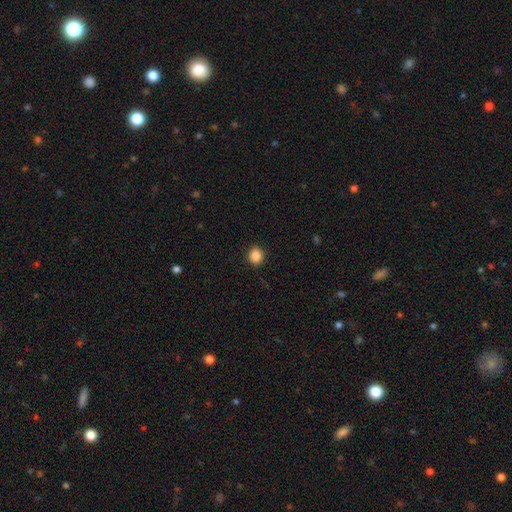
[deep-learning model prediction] smooth-or-featured: smooth: 87% | star or artifact: 10% | featured or disk: 3%
  how-rounded: round: 84% | in between: 15% | cigar-shaped: 1%
  merging: none: 90% | minor disturbance: 7% | major disturbance: 2% | merger: 1%